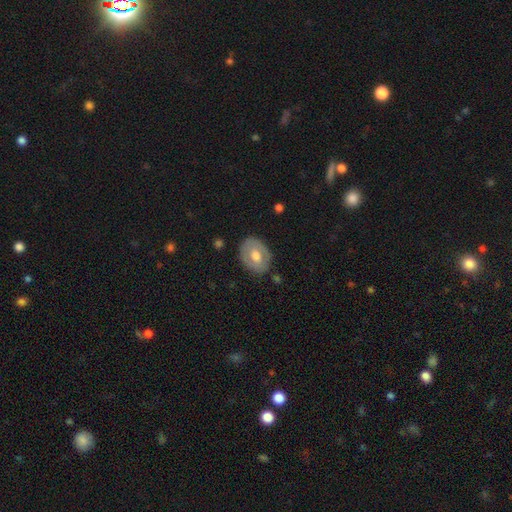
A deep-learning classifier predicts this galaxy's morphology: The model was most divided on "smooth or featured": smooth: 54%, featured or disk: 40%, star or artifact: 6%. More confident: merging — none (82%); how rounded — in between (65%).